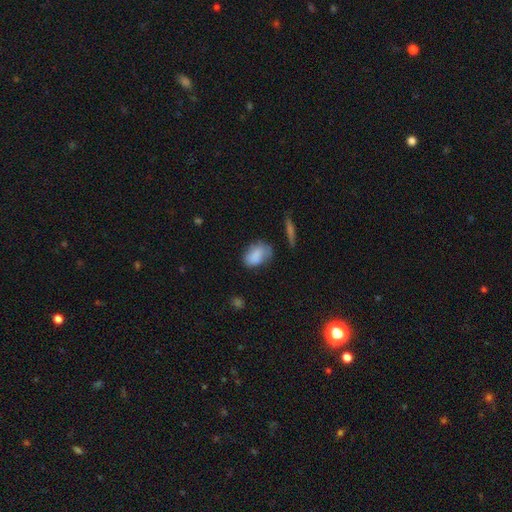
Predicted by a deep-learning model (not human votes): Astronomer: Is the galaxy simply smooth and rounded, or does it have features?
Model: smooth — 84%.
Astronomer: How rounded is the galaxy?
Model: in between — 85%.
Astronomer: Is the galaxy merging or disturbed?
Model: none — 56%.